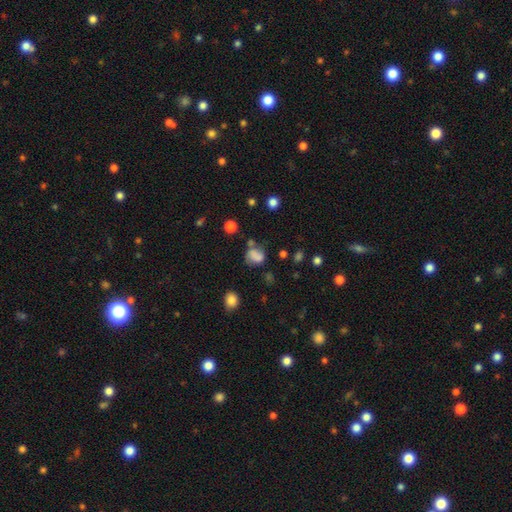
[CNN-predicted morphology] Smooth or featured? Predicted: smooth (p=0.66). How rounded? Predicted: round (p=0.55). Merging? Predicted: none (p=0.45).